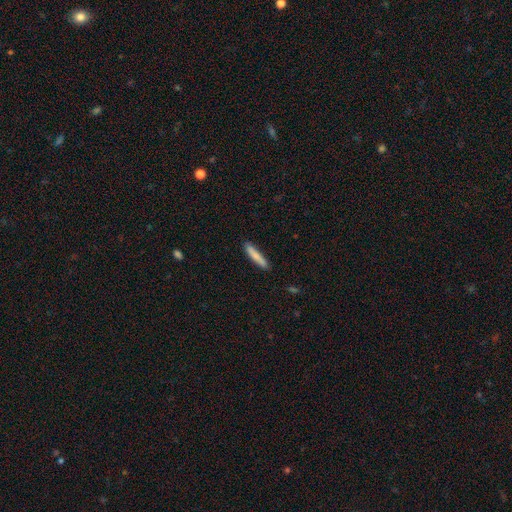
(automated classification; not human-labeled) smooth_or_featured: smooth (p=0.80) [alt: featured or disk p=0.15]
how_rounded: cigar-shaped (p=0.91) [alt: in between p=0.08]
merging: none (p=0.87) [alt: minor disturbance p=0.10]